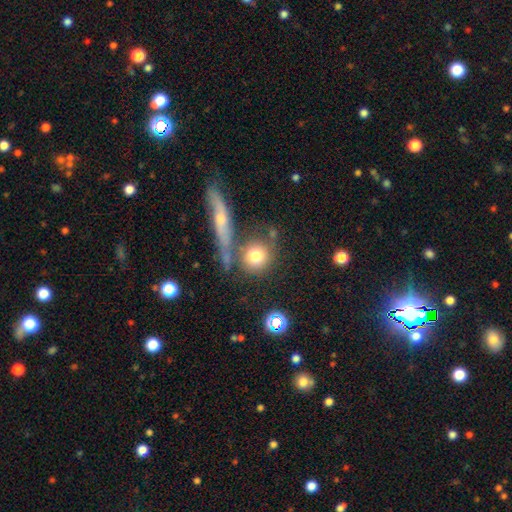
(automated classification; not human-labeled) A smooth galaxy with no disk features (73%) that is round (85%).

Vote fractions:
- Smooth or featured? smooth: 73% / featured or disk: 17% / star or artifact: 10%
- How rounded? round: 85% / in between: 11% / cigar-shaped: 4%
- Merging? none: 62% / merger: 21% / minor disturbance: 12% / major disturbance: 5%